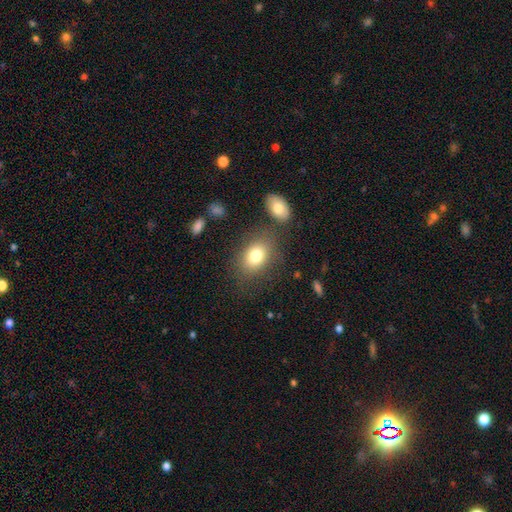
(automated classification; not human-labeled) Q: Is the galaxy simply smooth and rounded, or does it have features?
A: smooth — 79%.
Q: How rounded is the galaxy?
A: in between — 72%.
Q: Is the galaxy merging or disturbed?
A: none — 71%.